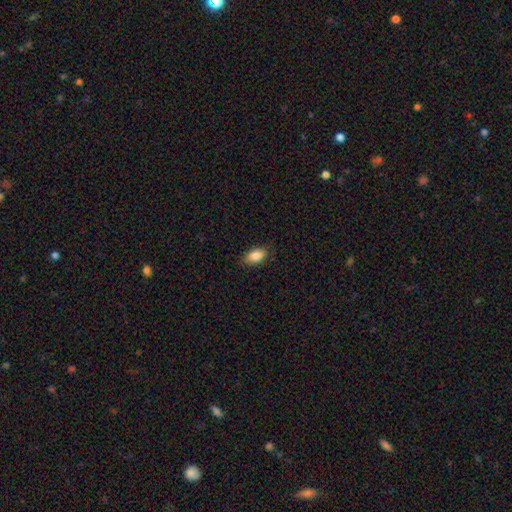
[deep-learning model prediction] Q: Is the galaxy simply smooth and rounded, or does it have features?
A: smooth — 84%.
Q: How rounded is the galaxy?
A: in between — 89%.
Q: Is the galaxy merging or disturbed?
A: none — 84%.